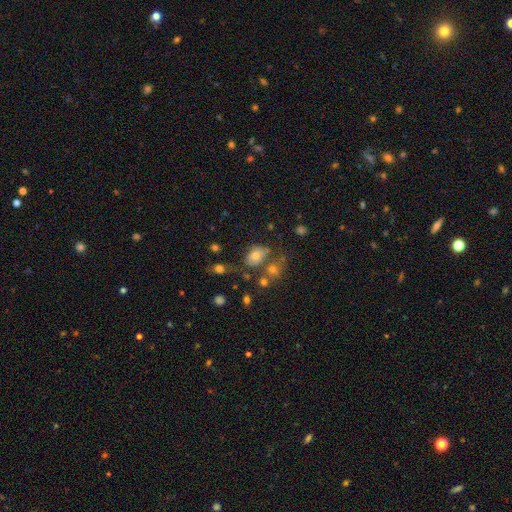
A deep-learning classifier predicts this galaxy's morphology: type=smooth (69%); roundness=in between (70%); merging=none (55%).